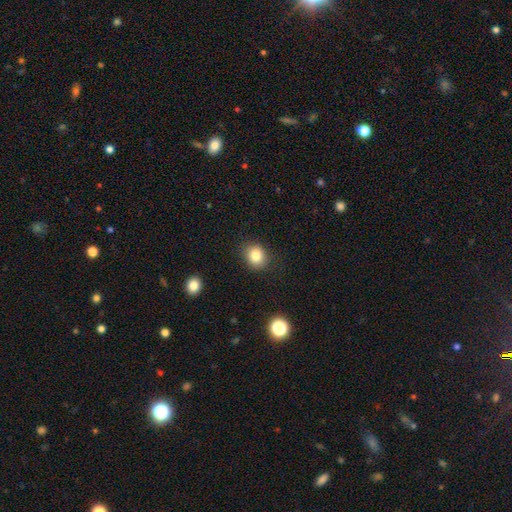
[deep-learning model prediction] smooth_or_featured: smooth (p=0.83) [alt: star or artifact p=0.10]
how_rounded: round (p=0.62) [alt: in between p=0.37]
merging: none (p=0.85) [alt: minor disturbance p=0.11]